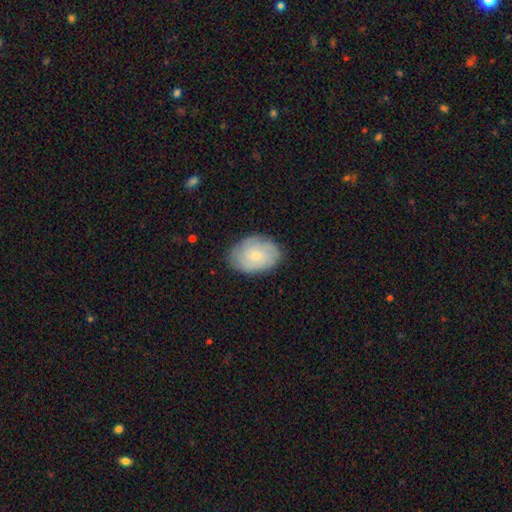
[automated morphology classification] Smooth or featured? smooth (49%)
Merging? none (79%)